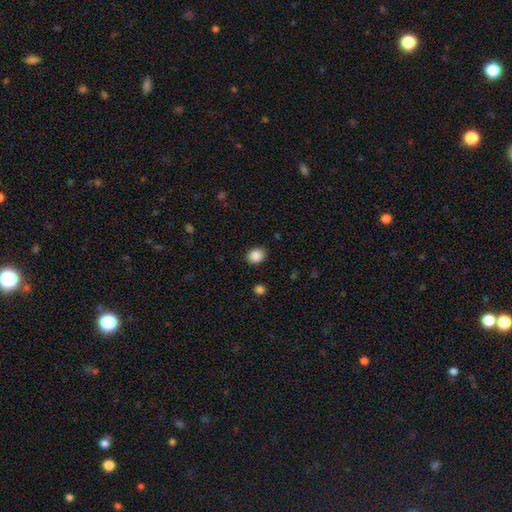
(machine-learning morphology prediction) Smooth or featured? smooth (88%)
How rounded? round (53%)
Merging? none (86%)